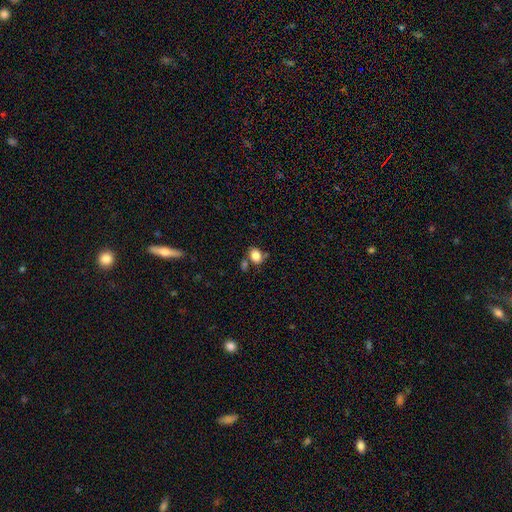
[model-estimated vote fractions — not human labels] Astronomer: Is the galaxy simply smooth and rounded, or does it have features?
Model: smooth — 82%.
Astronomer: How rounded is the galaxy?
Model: round — 51% (runner-up: in between, 48%).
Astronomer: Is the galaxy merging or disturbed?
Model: none — 64%.